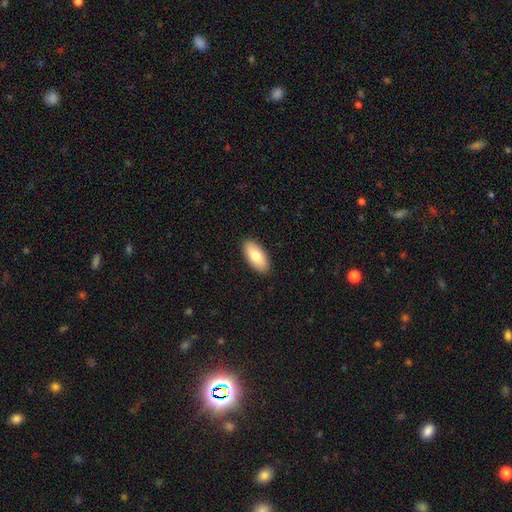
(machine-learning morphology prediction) smooth-or-featured: smooth: 80% | featured or disk: 14% | star or artifact: 6%
  how-rounded: in between: 92% | cigar-shaped: 6% | round: 2%
  merging: none: 90% | minor disturbance: 7% | major disturbance: 2% | merger: 1%